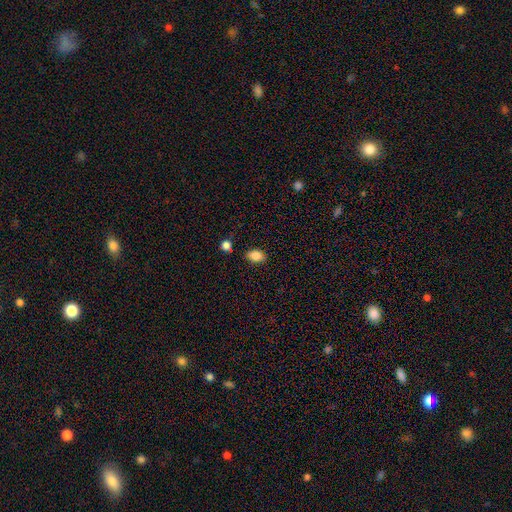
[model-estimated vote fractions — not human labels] Smooth or featured? smooth (85%)
How rounded? in between (81%)
Merging? none (81%)